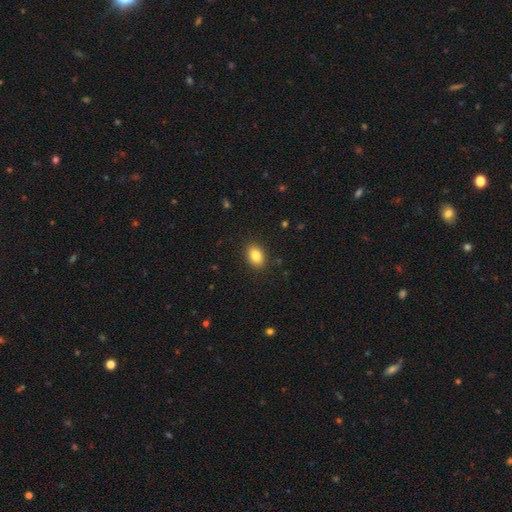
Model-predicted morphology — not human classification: smooth 85%, star or artifact 9%, featured or disk 7%. Down the decision tree: how rounded — in between (78%); merging — none (89%).